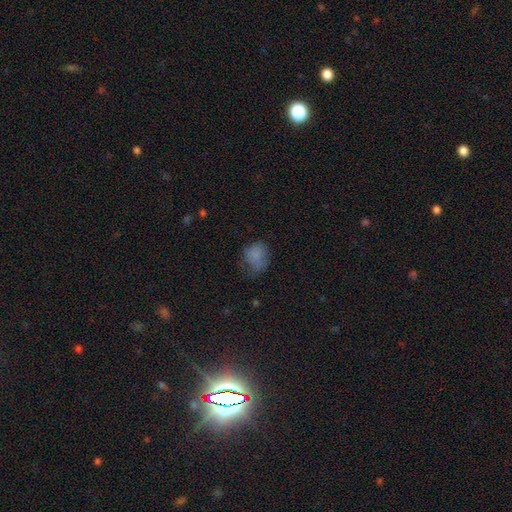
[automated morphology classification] smooth 76%, featured or disk 12%, star or artifact 12%. Down the decision tree: how rounded — round (56%); merging — none (44%).